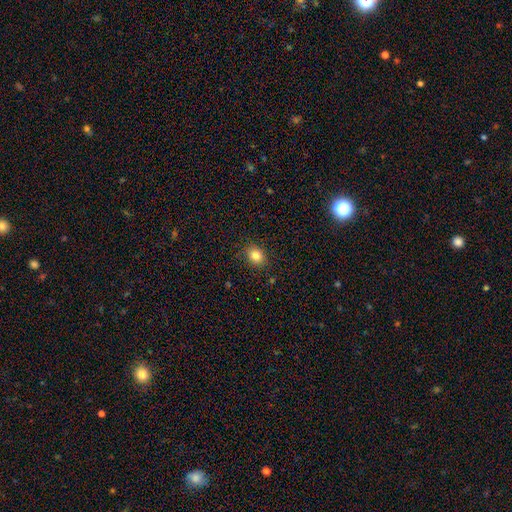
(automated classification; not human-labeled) Smooth or featured? Predicted: smooth (p=0.83). How rounded? Predicted: round (p=0.51). Merging? Predicted: none (p=0.88).